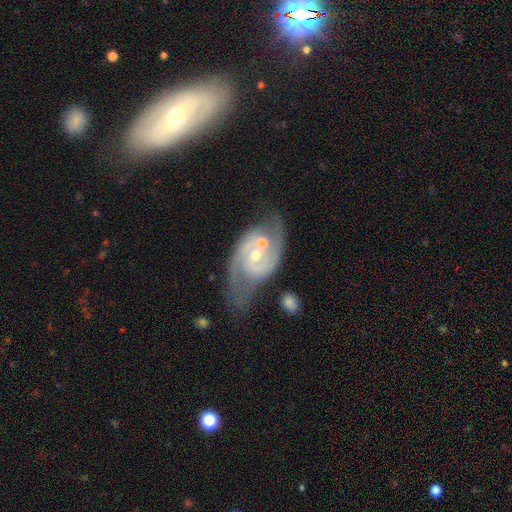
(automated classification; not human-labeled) Overall: featured or disk (84%). Edge-on disk: no (96%). Bar: no (59%; weak 33%). Spiral arms: yes (92%). Spiral arm count: 2 (85%). Spiral winding: medium (49%; tight 30%). Bulge size: moderate (50%; small 45%). Merging: none (43%; merger 25%).